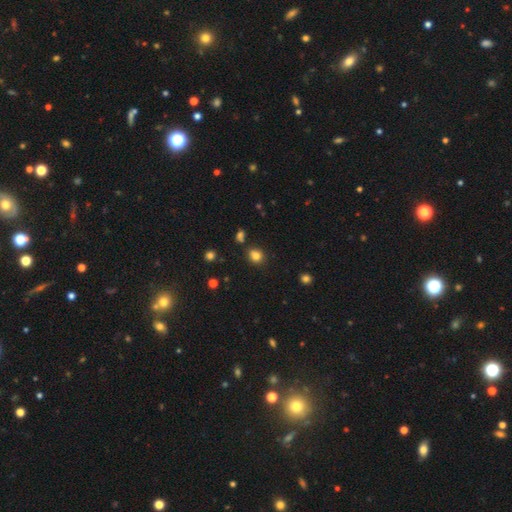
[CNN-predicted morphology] This is clearly a smooth galaxy (82%). How rounded: likely round (71%). Merging: clearly none (82%).